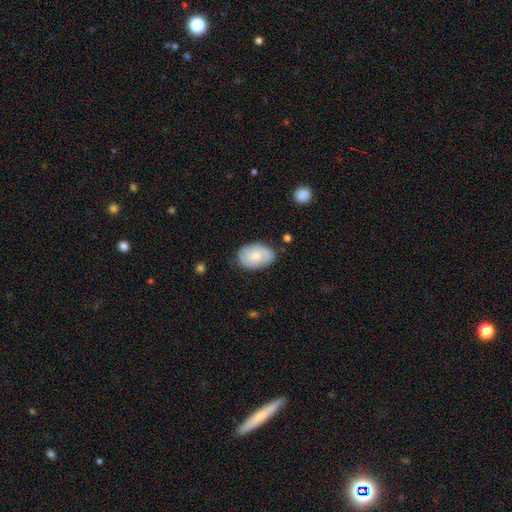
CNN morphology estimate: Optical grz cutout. It shows a smooth galaxy with no disk features (68%) that is in between round and cigar-shaped (88%). Merging: none (76%).